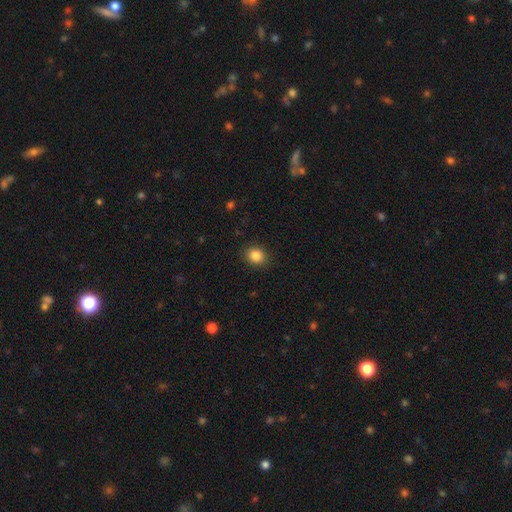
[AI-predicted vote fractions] smooth-or-featured: smooth: 85% | star or artifact: 10% | featured or disk: 5%
  how-rounded: round: 66% | in between: 33% | cigar-shaped: 1%
  merging: none: 89% | minor disturbance: 8% | major disturbance: 2% | merger: 1%